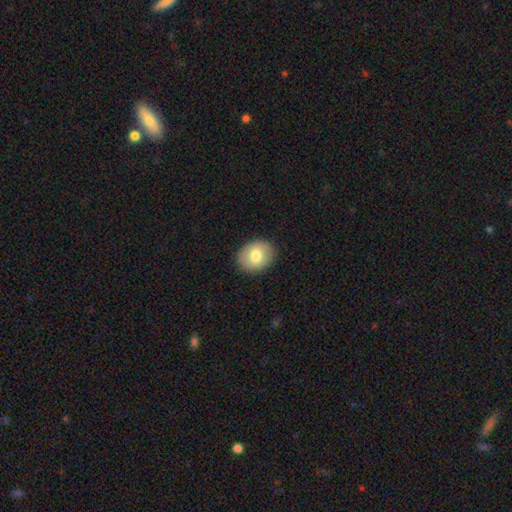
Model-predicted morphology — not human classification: Overall: smooth (77%). How rounded: in between (52%; round 47%). Merging: none (89%).